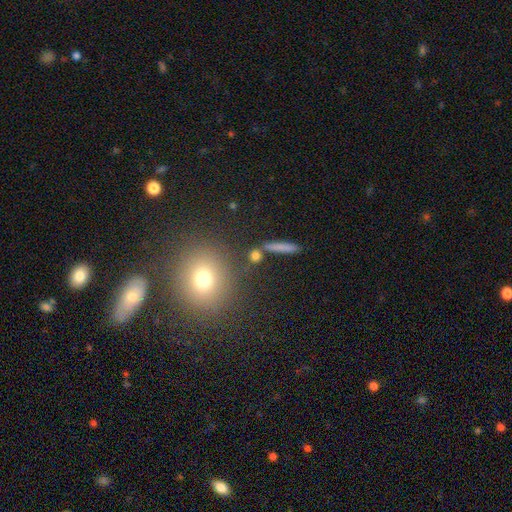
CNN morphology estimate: The model was most divided on "how rounded": round: 55%, cigar-shaped: 28%, in between: 17%. More confident: merging — none (78%); smooth or featured — smooth (75%).